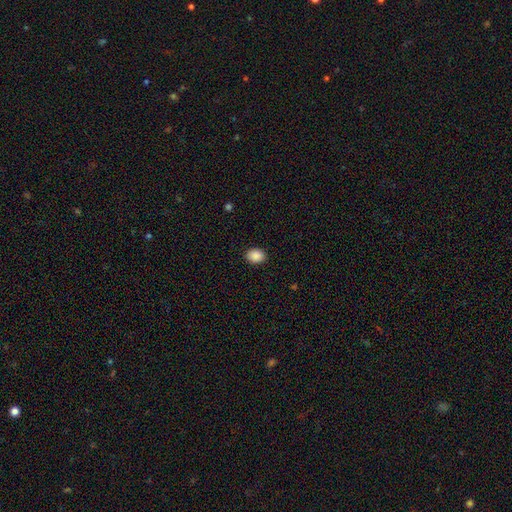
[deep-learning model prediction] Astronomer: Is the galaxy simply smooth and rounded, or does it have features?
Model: smooth — 89%.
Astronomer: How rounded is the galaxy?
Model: in between — 60% (runner-up: round, 39%).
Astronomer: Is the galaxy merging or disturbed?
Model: none — 90%.